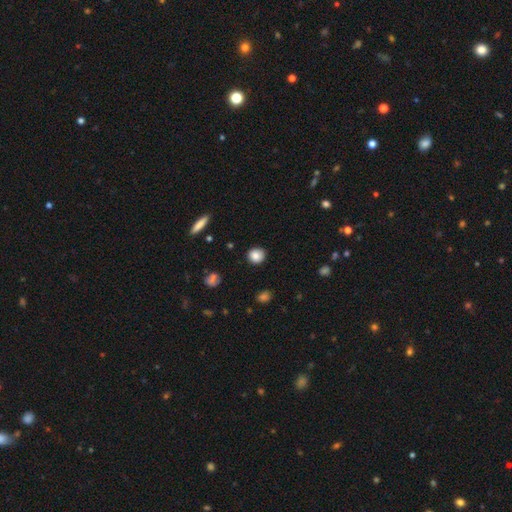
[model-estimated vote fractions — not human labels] Smooth or featured: smooth — 85% (star or artifact — 9%)
How rounded: round — 83% (in between — 16%)
Merging: none — 87% (minor disturbance — 9%)